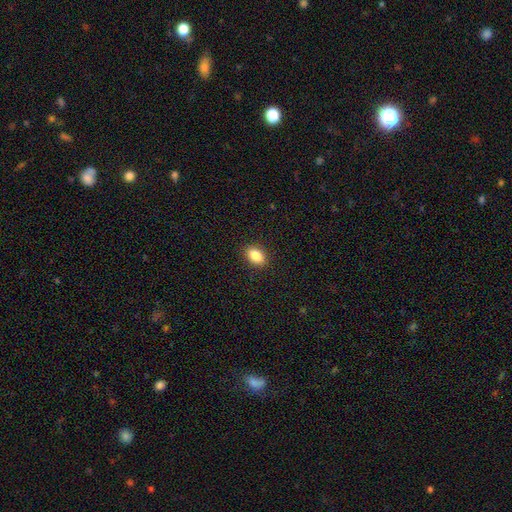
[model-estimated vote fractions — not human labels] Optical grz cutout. It shows a smooth galaxy with no disk features (86%) that is in between round and cigar-shaped (84%). Merging: none (90%).